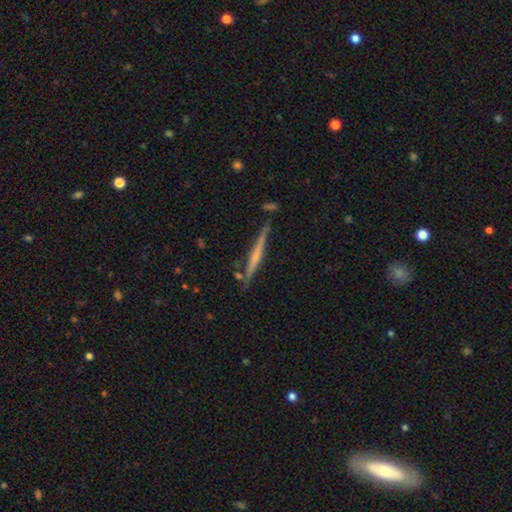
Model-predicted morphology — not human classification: Smooth or featured? featured or disk (65%)
Edge-on disk? yes (97%)
Edge-on bulge? none (47%)
Merging? none (82%)